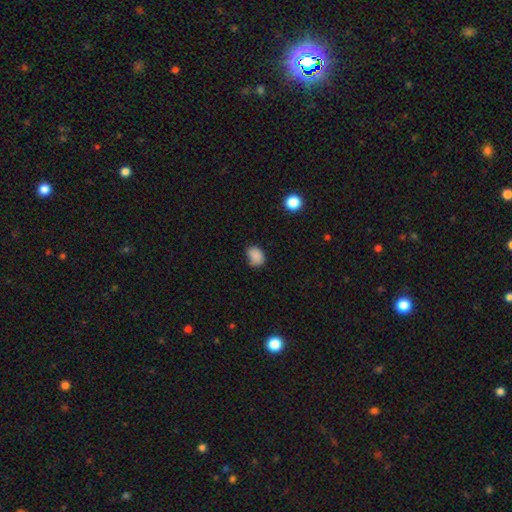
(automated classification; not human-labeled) A smooth galaxy with no disk features (86%) that is in between round and cigar-shaped (65%).

Vote fractions:
- Smooth or featured? smooth: 86% / star or artifact: 10% / featured or disk: 4%
- How rounded? in between: 65% / round: 34% / cigar-shaped: 1%
- Merging? none: 70% / minor disturbance: 24% / major disturbance: 4% / merger: 2%